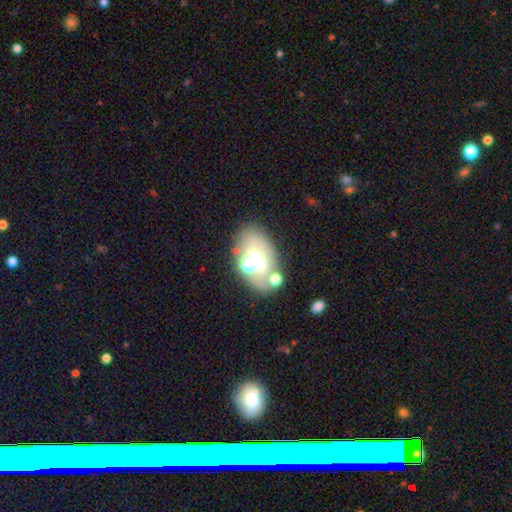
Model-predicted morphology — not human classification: Smooth or featured: featured or disk — 46% (smooth — 35%)
Merging: none — 49% (merger — 22%)